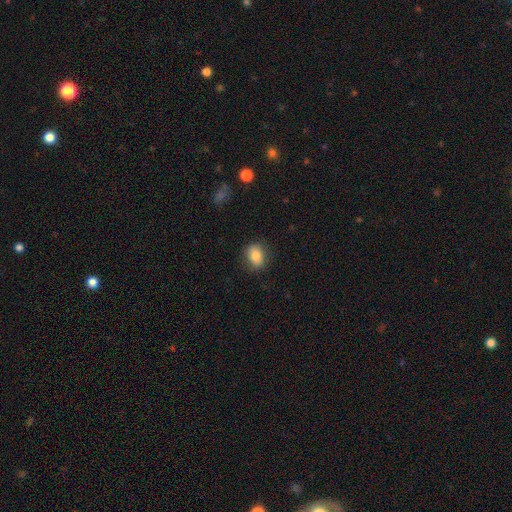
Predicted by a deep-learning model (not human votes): smooth 82%, featured or disk 9%, star or artifact 9%. Down the decision tree: how rounded — in between (69%); merging — none (84%).